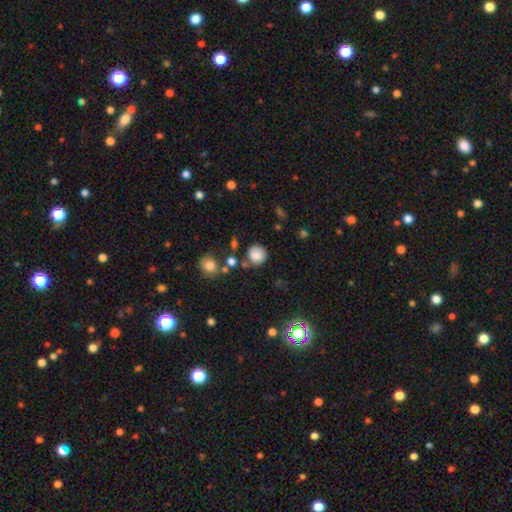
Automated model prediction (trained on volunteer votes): Smooth or featured? smooth (82%)
How rounded? round (90%)
Merging? none (73%)